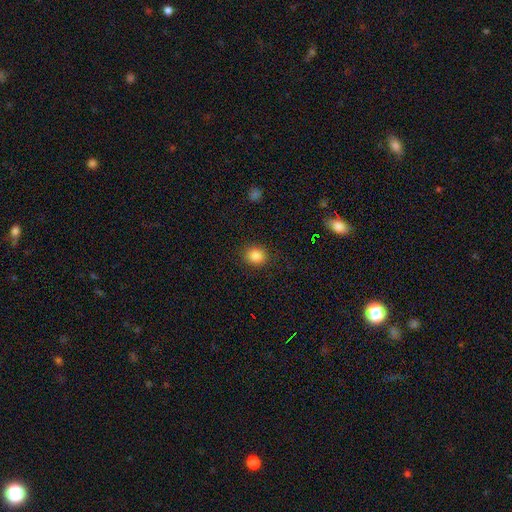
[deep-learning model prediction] Q: Smooth or featured?
A: smooth (86%); runner-up: star or artifact (10%)
Q: How rounded?
A: round (72%); runner-up: in between (27%)
Q: Merging?
A: none (88%); runner-up: minor disturbance (8%)